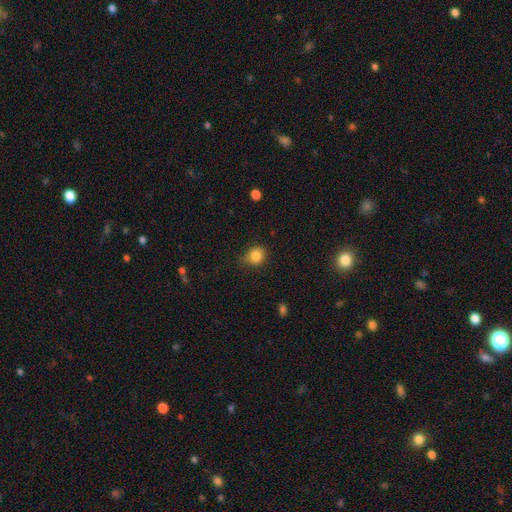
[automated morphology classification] A smooth galaxy with no disk features (84%) that is round (69%).

Vote fractions:
- Smooth or featured? smooth: 84% / star or artifact: 10% / featured or disk: 6%
- How rounded? round: 69% / in between: 30% / cigar-shaped: 1%
- Merging? none: 68% / minor disturbance: 25% / major disturbance: 5% / merger: 2%